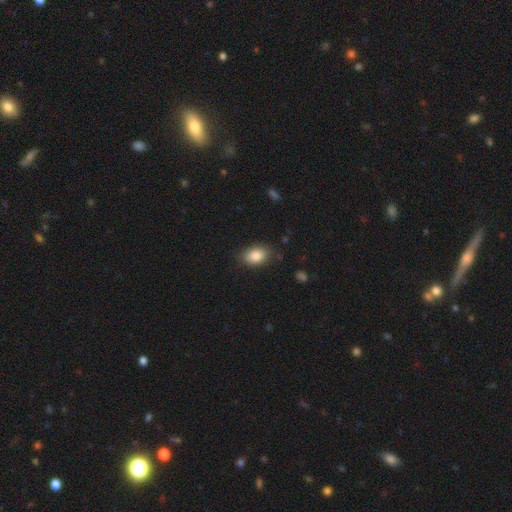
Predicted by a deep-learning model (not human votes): Overall: smooth (86%). How rounded: in between (85%). Merging: none (80%).